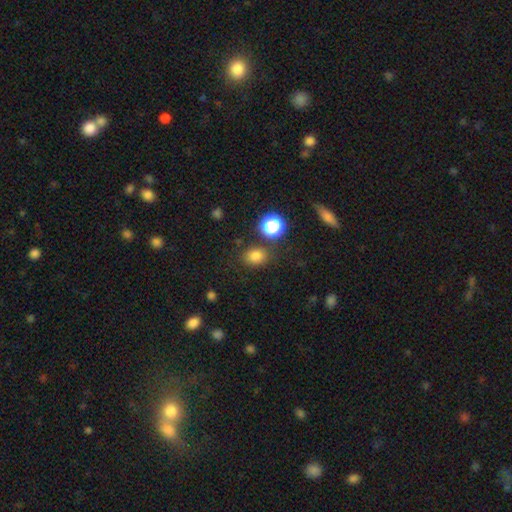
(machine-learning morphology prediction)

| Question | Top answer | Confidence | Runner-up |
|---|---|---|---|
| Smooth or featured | smooth | 77% | star or artifact (17%) |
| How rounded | round | 53% | in between (46%) |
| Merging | none | 80% | minor disturbance (11%) |